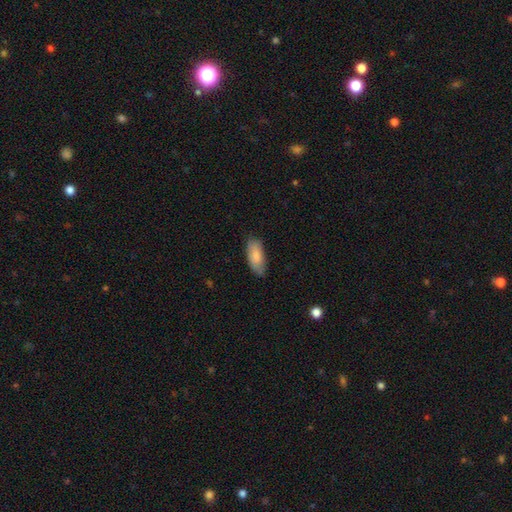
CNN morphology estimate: smooth_or_featured: smooth (p=0.83) [alt: featured or disk p=0.11]
how_rounded: in between (p=0.85) [alt: cigar-shaped p=0.13]
merging: none (p=0.73) [alt: minor disturbance p=0.22]